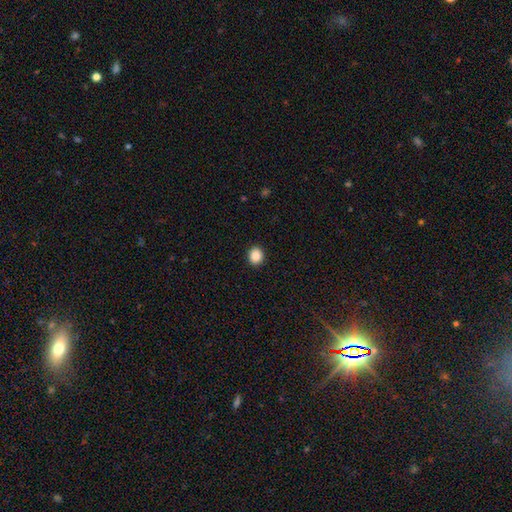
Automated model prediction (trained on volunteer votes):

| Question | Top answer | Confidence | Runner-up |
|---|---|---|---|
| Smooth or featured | smooth | 88% | star or artifact (9%) |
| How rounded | round | 72% | in between (28%) |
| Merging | none | 92% | minor disturbance (5%) |